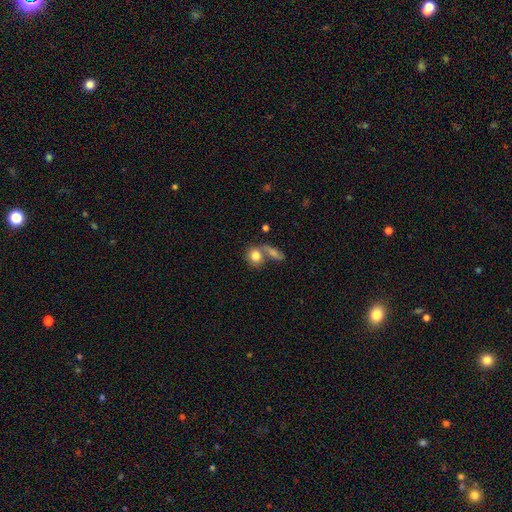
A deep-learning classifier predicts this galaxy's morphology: Q: Smooth or featured?
A: smooth (81%); runner-up: featured or disk (11%)
Q: How rounded?
A: round (66%); runner-up: in between (31%)
Q: Merging?
A: none (44%); runner-up: merger (39%)